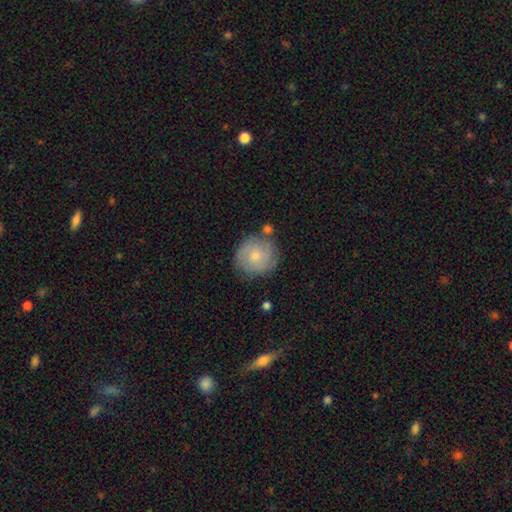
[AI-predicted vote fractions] Smooth or featured?
  - smooth: 53% *
  - featured or disk: 40%
  - star or artifact: 7%
How rounded?
  - round: 90% *
  - in between: 9%
  - cigar-shaped: 1%
Merging?
  - none: 73% *
  - minor disturbance: 17%
  - merger: 6%
  - major disturbance: 5%